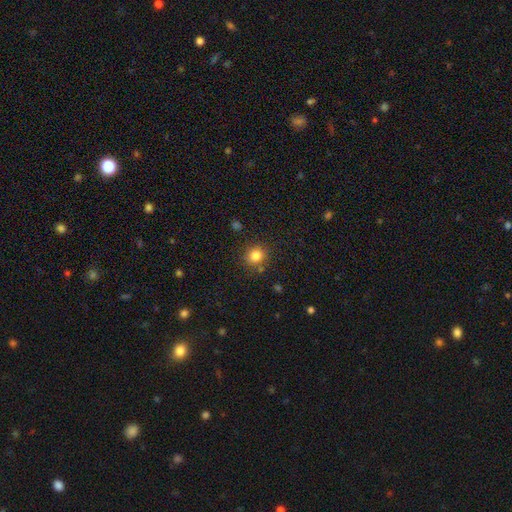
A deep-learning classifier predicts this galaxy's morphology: Smooth or featured? Predicted: smooth (p=0.83). How rounded? Predicted: round (p=0.87). Merging? Predicted: none (p=0.82).